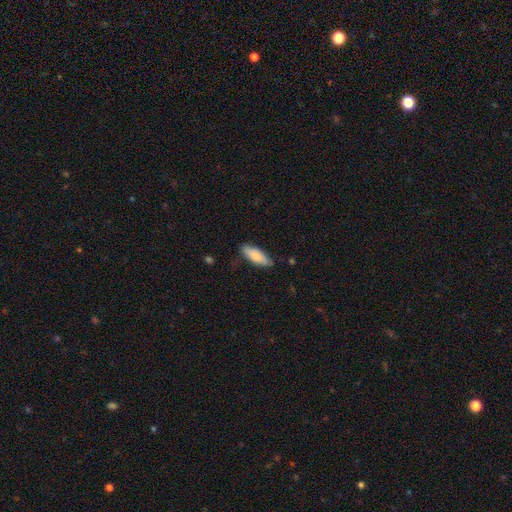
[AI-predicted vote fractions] Smooth or featured: smooth — 80% (featured or disk — 14%)
How rounded: in between — 73% (cigar-shaped — 25%)
Merging: none — 76% (minor disturbance — 19%)